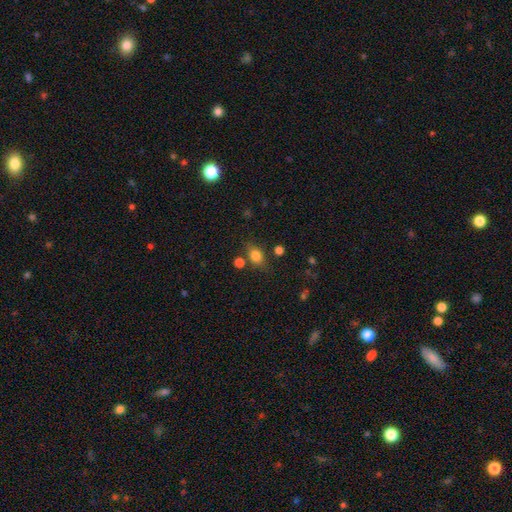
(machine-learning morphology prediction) smooth-or-featured: smooth: 80% | star or artifact: 12% | featured or disk: 7%
  how-rounded: in between: 57% | round: 41% | cigar-shaped: 2%
  merging: none: 72% | minor disturbance: 15% | merger: 8% | major disturbance: 5%